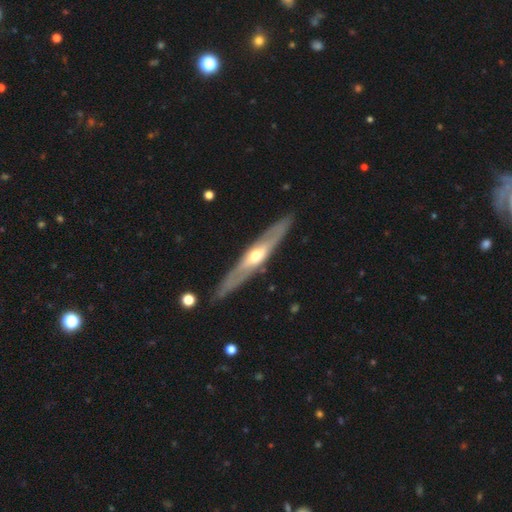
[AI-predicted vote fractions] This appears to be a featured or disk galaxy (72%) viewed edge-on (78%) with a rounded central bulge (86%). Merging: none (86%).